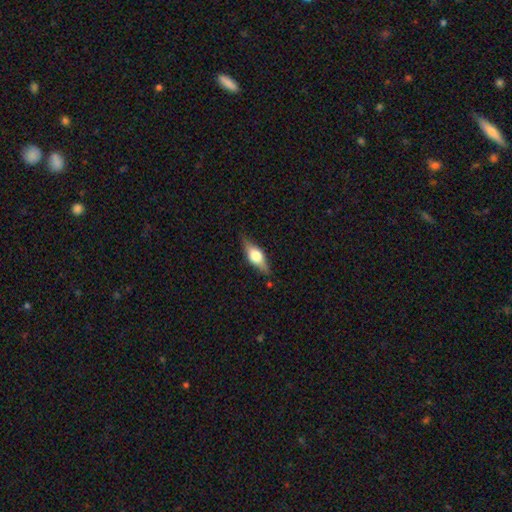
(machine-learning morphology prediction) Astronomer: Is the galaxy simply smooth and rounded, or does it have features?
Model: featured or disk — 51% (runner-up: smooth, 42%).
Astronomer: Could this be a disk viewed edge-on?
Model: yes — 91%.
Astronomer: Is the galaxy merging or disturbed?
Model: none — 83%.